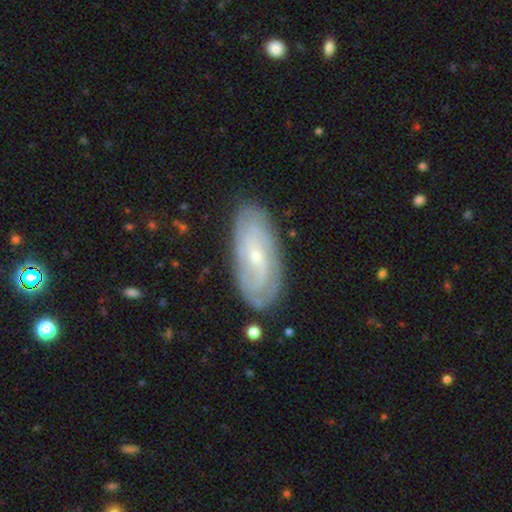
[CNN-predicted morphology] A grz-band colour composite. It shows a featured or disk galaxy (80%) with no bar (58%), tight (67%) spiral arms (94%) and a small central bulge (74%). Merging: none (82%).